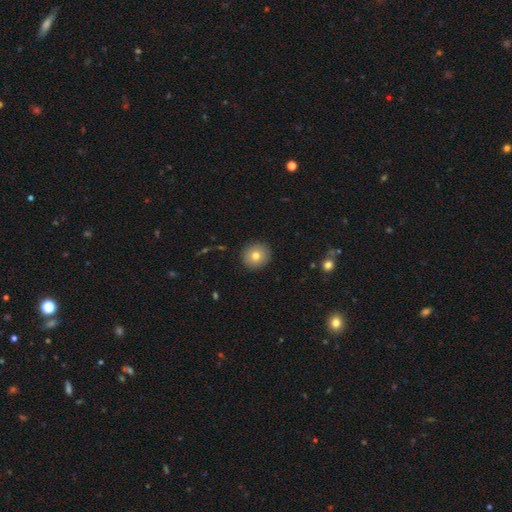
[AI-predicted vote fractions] Q: Smooth or featured?
A: smooth (76%); runner-up: featured or disk (14%)
Q: How rounded?
A: round (91%); runner-up: in between (8%)
Q: Merging?
A: none (91%); runner-up: minor disturbance (6%)